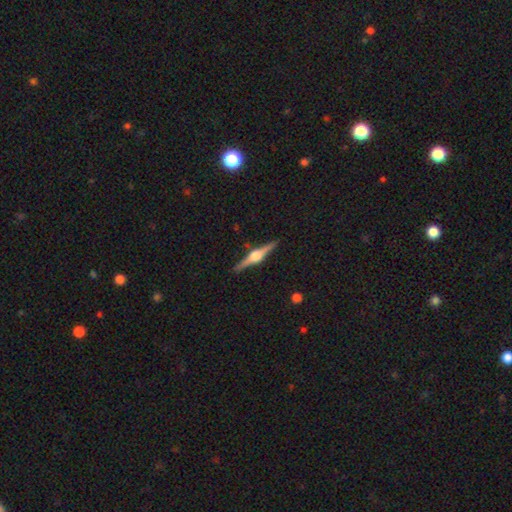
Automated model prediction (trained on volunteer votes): smooth_or_featured: featured or disk (p=0.85) [alt: smooth p=0.10]
disk_edge_on: yes (p=0.98) [alt: no p=0.02]
edge_on_bulge: rounded (p=0.94) [alt: boxy p=0.04]
merging: none (p=0.92) [alt: minor disturbance p=0.06]